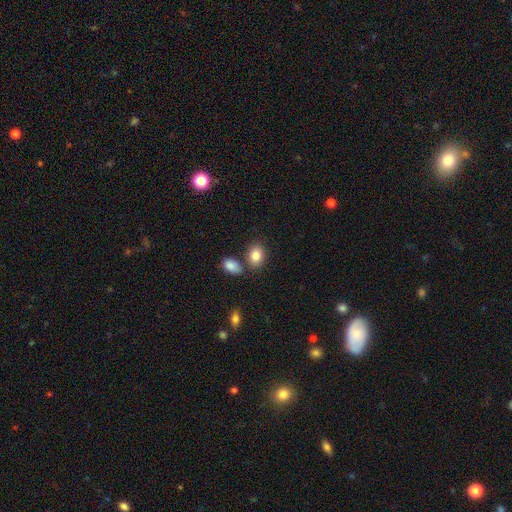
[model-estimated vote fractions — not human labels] smooth_or_featured: smooth (p=0.84) [alt: star or artifact p=0.08]
how_rounded: in between (p=0.74) [alt: round p=0.24]
merging: none (p=0.68) [alt: merger p=0.17]